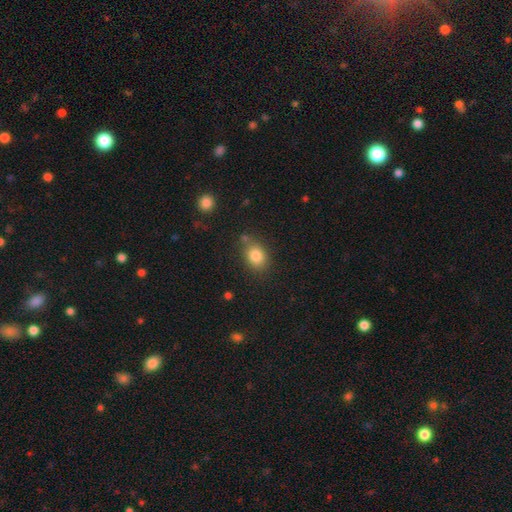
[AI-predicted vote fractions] smooth 83%, star or artifact 10%, featured or disk 7%. Down the decision tree: how rounded — in between (61%); merging — none (74%).